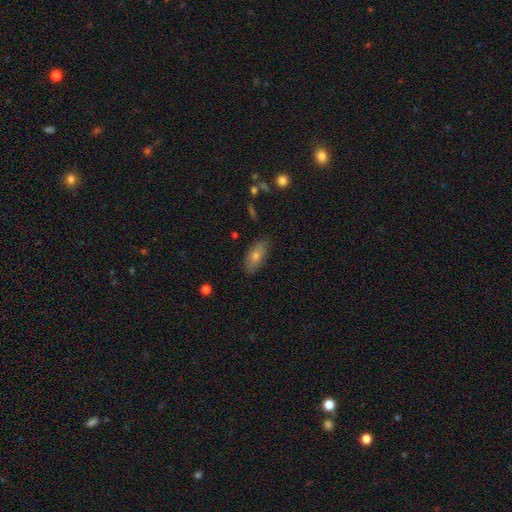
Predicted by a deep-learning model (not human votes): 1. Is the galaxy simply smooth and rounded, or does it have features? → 65% smooth, 24% featured or disk, 11% star or artifact.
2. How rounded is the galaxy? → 82% in between, 14% cigar-shaped, 4% round.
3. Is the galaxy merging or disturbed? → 85% none, 12% minor disturbance, 2% major disturbance, 1% merger.